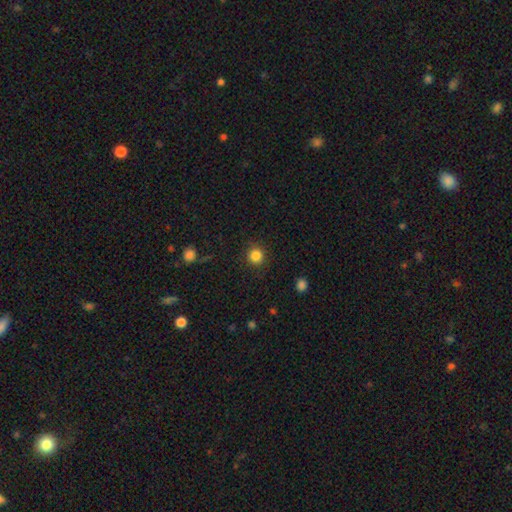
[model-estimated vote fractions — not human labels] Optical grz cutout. It shows a smooth galaxy with no disk features (85%) that is round (94%). Merging: none (89%).